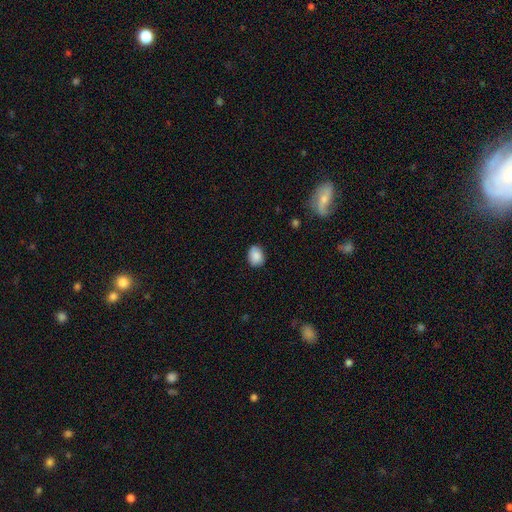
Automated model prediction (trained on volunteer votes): A smooth galaxy with no disk features (87%) that is in between round and cigar-shaped (68%). Merging: none (84%).